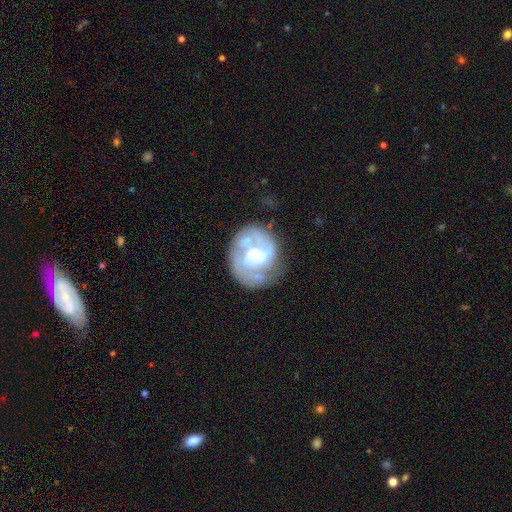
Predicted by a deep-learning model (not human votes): smooth-or-featured: featured or disk: 75% | smooth: 19% | star or artifact: 6%
  disk-edge-on: no: 98% | yes: 2%
    bar: weak: 48% | no: 34% | strong: 18%
    has-spiral-arms: yes: 78% | no: 22%
      spiral-winding: medium: 40% | tight: 37% | loose: 23%
      spiral-arm-count: 2: 46% | can't tell: 23% | 1: 18% | 3: 9% | 4: 2% | more than 4: 2%
    bulge-size: moderate: 58% | small: 18% | large: 17% | none: 5% | dominant: 2%
  merging: none: 56% | minor disturbance: 21% | major disturbance: 17% | merger: 6%